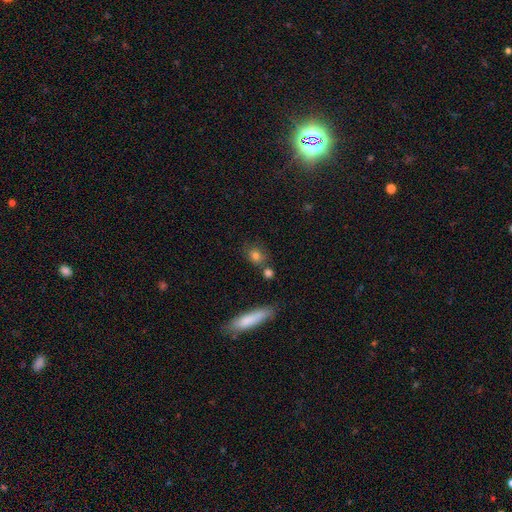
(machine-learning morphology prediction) type=smooth (78%); roundness=round (55%); merging=none (68%).